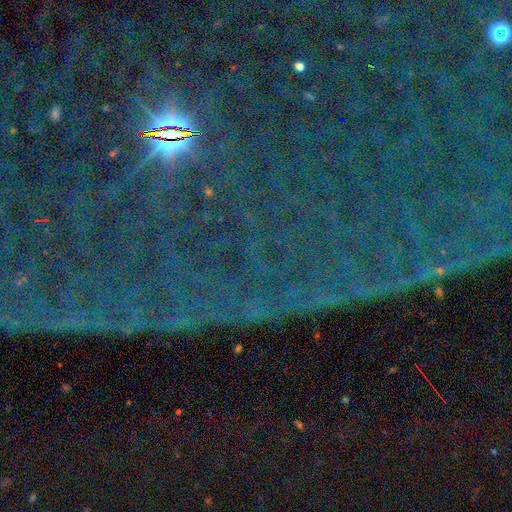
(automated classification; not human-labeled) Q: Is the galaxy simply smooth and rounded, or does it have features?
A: star or artifact — 87%.